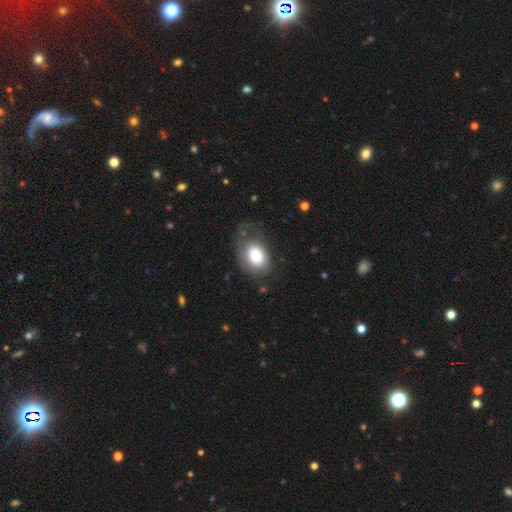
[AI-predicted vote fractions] smooth 72%, featured or disk 20%, star or artifact 7%. Down the decision tree: how rounded — in between (74%); merging — none (45%).